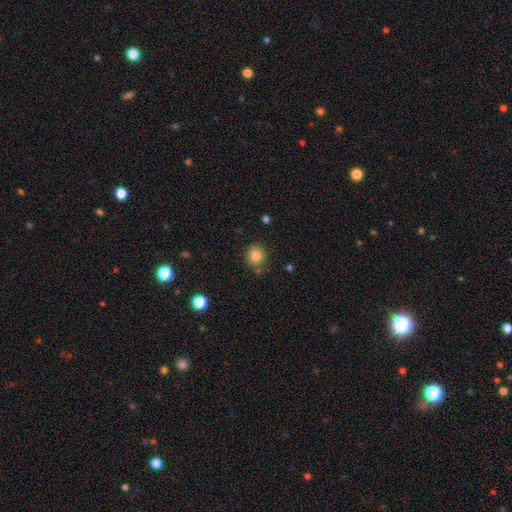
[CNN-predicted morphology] This is clearly a smooth galaxy (83%). How rounded: clearly round (83%). Merging: clearly none (80%).